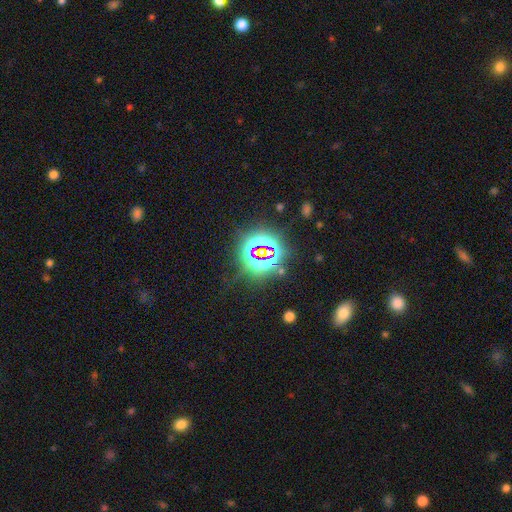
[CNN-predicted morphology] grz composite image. It shows a star or artifact, not a galaxy (78%).